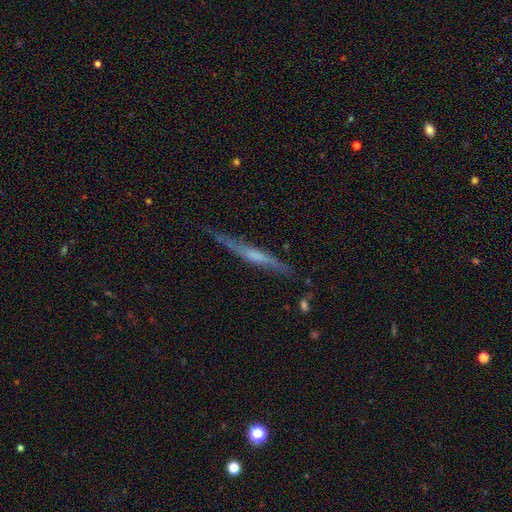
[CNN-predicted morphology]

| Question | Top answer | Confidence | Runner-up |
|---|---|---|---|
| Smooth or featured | featured or disk | 60% | smooth (34%) |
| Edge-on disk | yes | 93% | no (7%) |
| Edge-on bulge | none | 50% | rounded (32%) |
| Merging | none | 73% | minor disturbance (20%) |